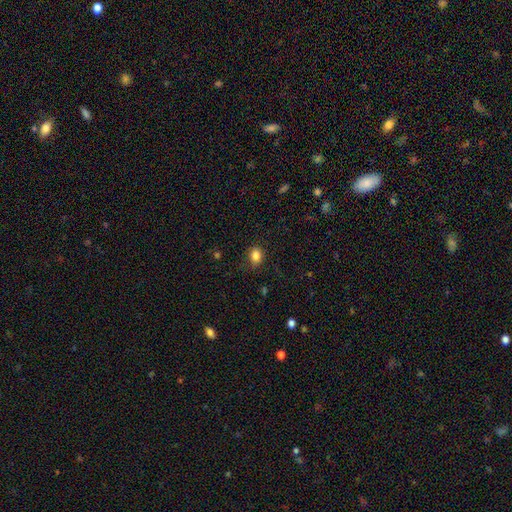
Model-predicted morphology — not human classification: smooth_or_featured: smooth (p=0.84) [alt: star or artifact p=0.10]
how_rounded: in between (p=0.63) [alt: round p=0.36]
merging: none (p=0.81) [alt: minor disturbance p=0.14]